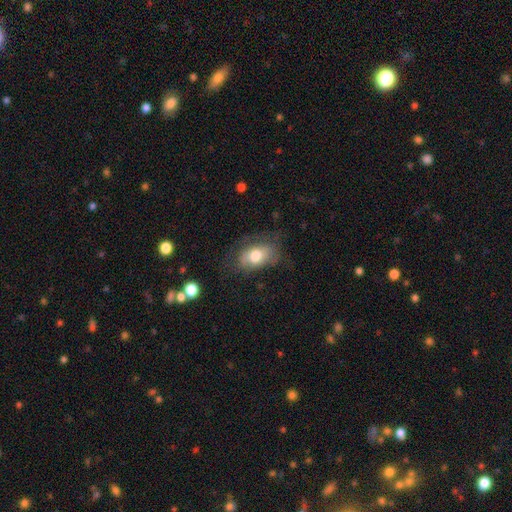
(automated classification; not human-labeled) The model was most divided on "merging": none: 60%, minor disturbance: 25%, major disturbance: 14%, merger: 2%. More confident: how rounded — in between (86%); smooth or featured — smooth (69%).